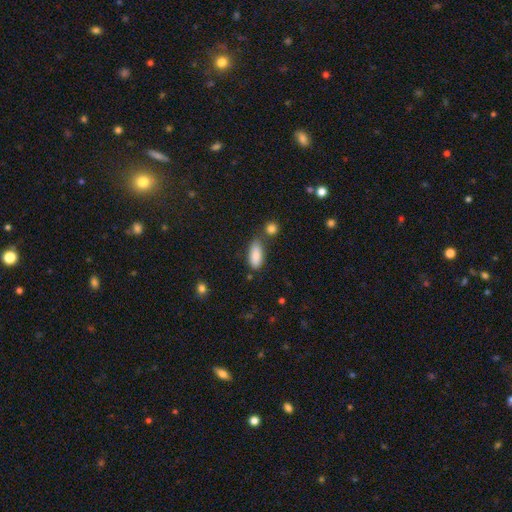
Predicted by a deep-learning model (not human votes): This appears to be a smooth galaxy with no disk features (86%) that is in between round and cigar-shaped (83%). Merging: none (63%).